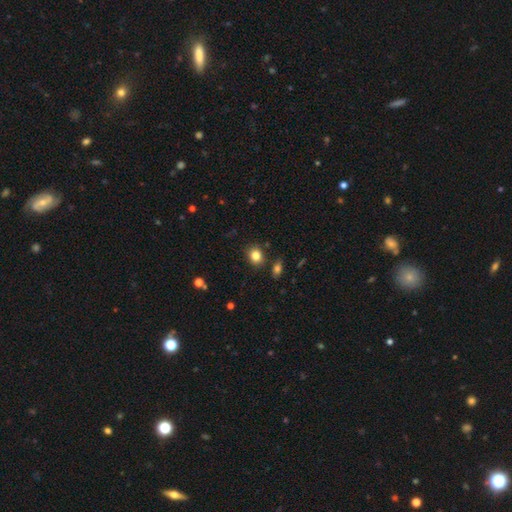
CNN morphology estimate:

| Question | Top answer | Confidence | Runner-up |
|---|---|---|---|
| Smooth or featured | smooth | 82% | star or artifact (11%) |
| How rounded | round | 63% | in between (36%) |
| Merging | none | 83% | minor disturbance (10%) |